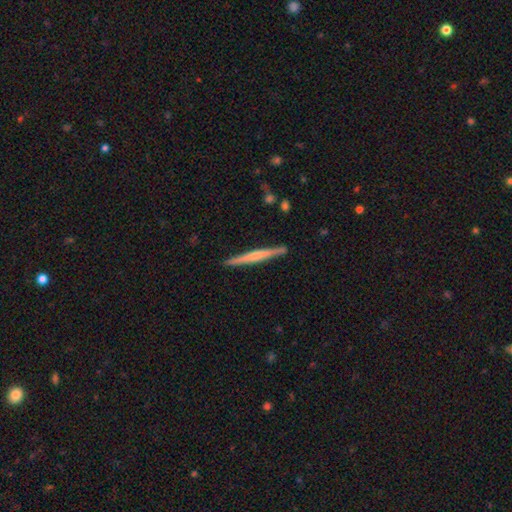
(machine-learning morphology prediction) This appears to be a featured or disk galaxy (51%) viewed edge-on (98%) with no central bulge (57%). Merging: none (90%).